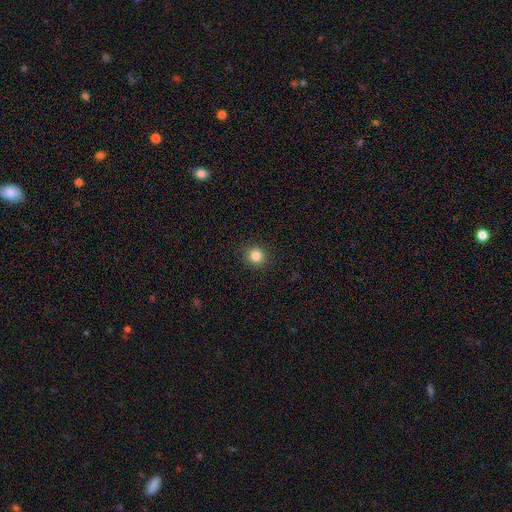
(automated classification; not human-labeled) smooth 84%, star or artifact 12%, featured or disk 5%. Down the decision tree: how rounded — round (91%); merging — none (92%).